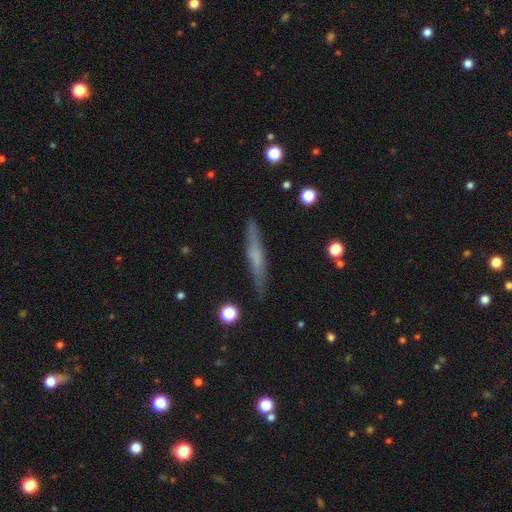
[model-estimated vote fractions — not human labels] This is possibly a smooth galaxy (47%). Merging: clearly none (86%).